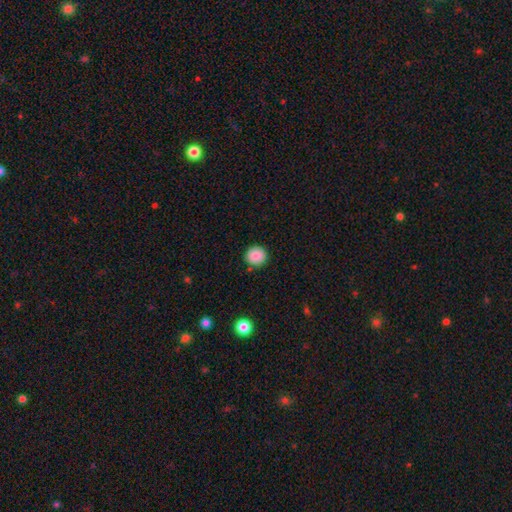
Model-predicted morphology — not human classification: Overall: smooth (88%). How rounded: round (91%). Merging: none (90%).